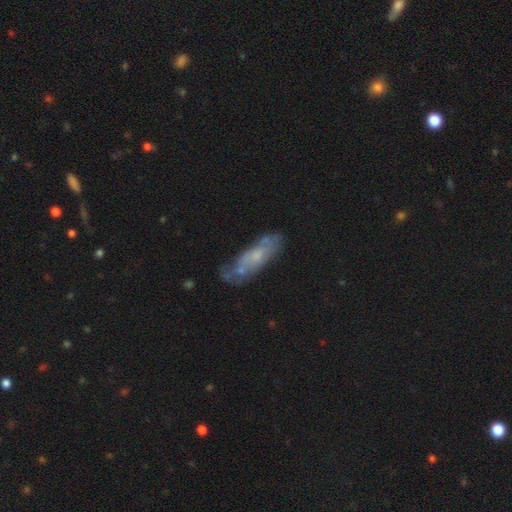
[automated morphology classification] Smooth or featured: featured or disk — 51% (smooth — 41%)
Edge-on disk: no — 76% (yes — 24%)
Merging: none — 54% (minor disturbance — 27%)